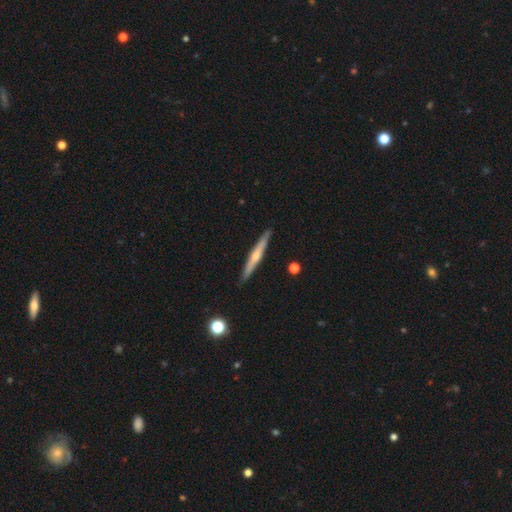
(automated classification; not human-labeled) The model was most divided on "smooth or featured": featured or disk: 68%, smooth: 26%, star or artifact: 6%. More confident: edge-on disk — yes (97%); merging — none (91%); edge-on bulge — rounded (77%).